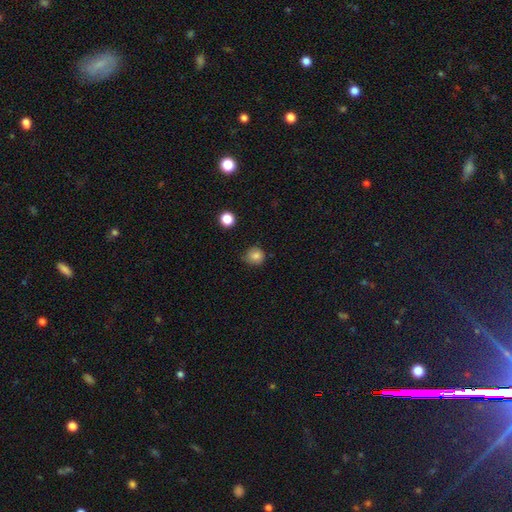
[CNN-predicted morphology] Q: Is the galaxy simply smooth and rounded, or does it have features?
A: smooth — 82%.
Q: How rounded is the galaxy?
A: round — 85%.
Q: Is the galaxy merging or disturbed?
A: none — 67%.